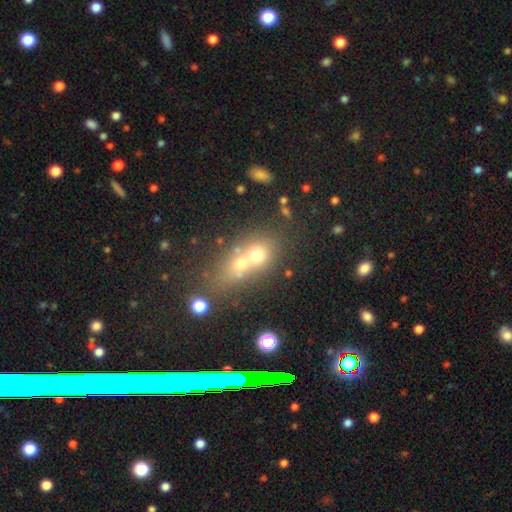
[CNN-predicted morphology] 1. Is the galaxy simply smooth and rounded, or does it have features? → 58% smooth, 26% featured or disk, 16% star or artifact.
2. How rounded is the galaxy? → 53% round, 42% in between, 6% cigar-shaped.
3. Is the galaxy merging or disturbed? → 63% merger, 25% none, 7% minor disturbance, 6% major disturbance.